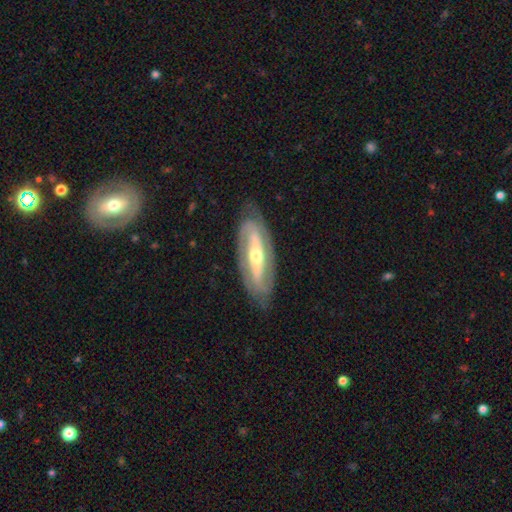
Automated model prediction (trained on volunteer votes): A featured or disk galaxy (80%) with a strong bar (43%), 2 (79%) tight (48%) spiral arms (80%) and a moderate central bulge (63%).

Vote fractions:
- Smooth or featured? featured or disk: 80% / smooth: 15% / star or artifact: 5%
- Edge-on disk? no: 86% / yes: 14%
- Bar? strong: 43% / no: 33% / weak: 24%
- Spiral arms? yes: 80% / no: 20%
- Spiral winding? tight: 48% / medium: 36% / loose: 15%
- Spiral arm count? 2: 79% / can't tell: 14% / 1: 3% / 3: 2% / 4: 1% / more than 4: 1%
- Bulge size? moderate: 63% / small: 28% / large: 7% / dominant: 1% / none: 1%
- Merging? none: 80% / minor disturbance: 13% / major disturbance: 5% / merger: 1%